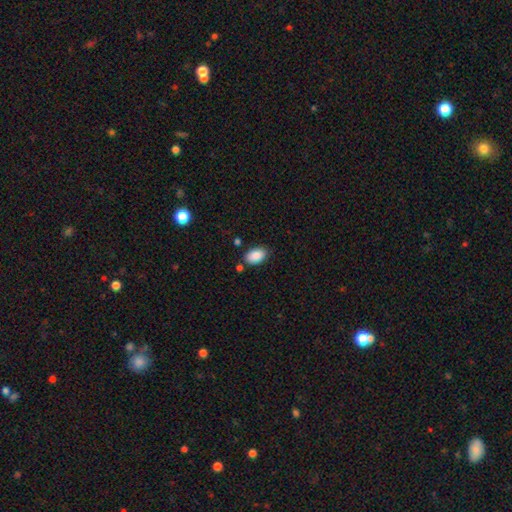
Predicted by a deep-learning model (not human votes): Morphology: type=smooth (88%); roundness=in between (92%); merging=none (78%).